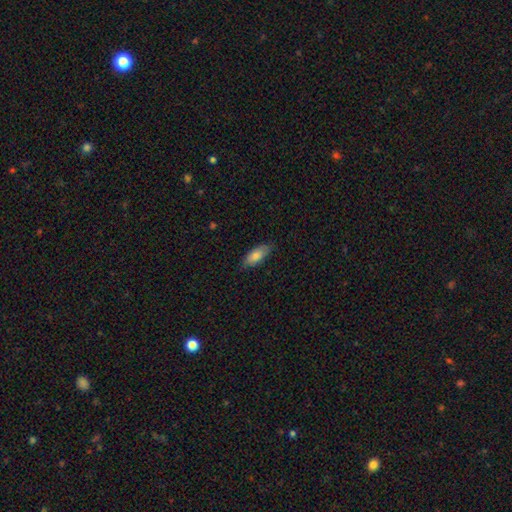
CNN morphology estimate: smooth 78%, featured or disk 16%, star or artifact 6%. Down the decision tree: how rounded — in between (78%); merging — none (81%).